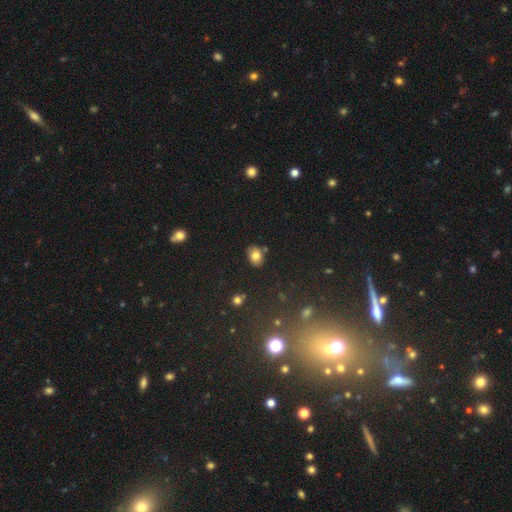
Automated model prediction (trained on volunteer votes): Smooth or featured: smooth — 78% (featured or disk — 11%)
How rounded: in between — 65% (round — 34%)
Merging: none — 79% (minor disturbance — 13%)